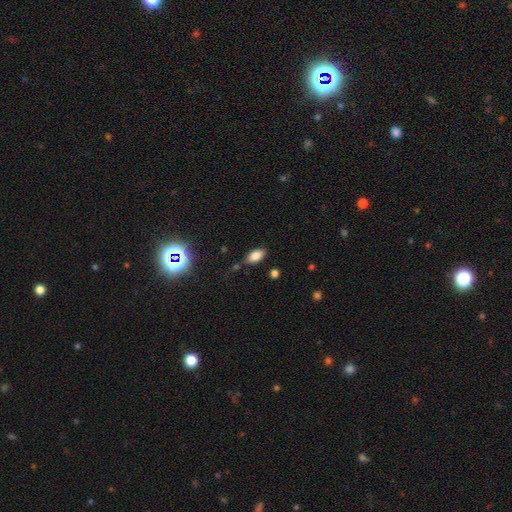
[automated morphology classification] A smooth galaxy with no disk features (80%) that is in between round and cigar-shaped (90%).

Vote fractions:
- Smooth or featured? smooth: 80% / star or artifact: 11% / featured or disk: 9%
- How rounded? in between: 90% / round: 5% / cigar-shaped: 5%
- Merging? none: 74% / minor disturbance: 17% / merger: 5% / major disturbance: 4%